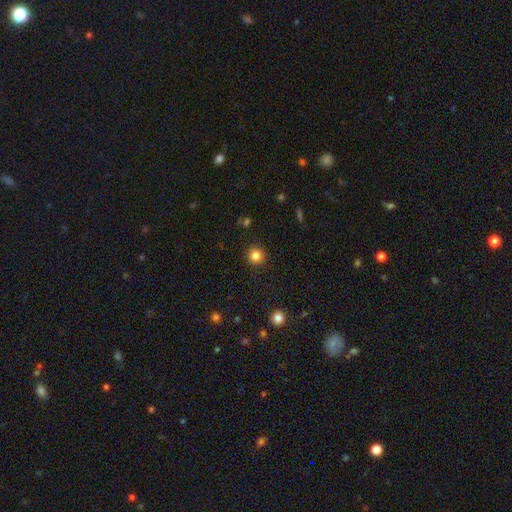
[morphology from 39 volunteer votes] Smooth or featured: smooth — 90% (star or artifact — 8%)
How rounded: round — 100%
Merging: none — 89% (minor disturbance — 6%)